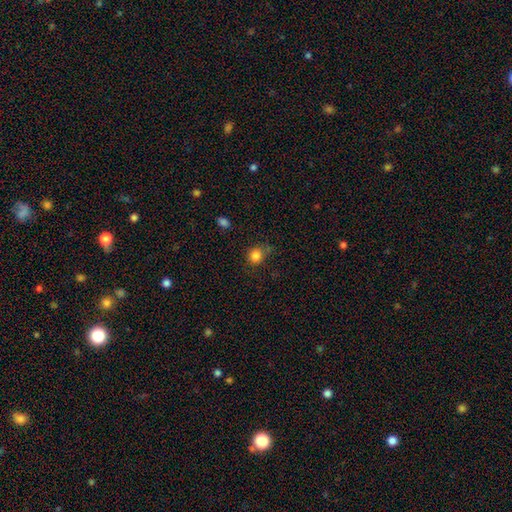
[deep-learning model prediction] smooth 83%, star or artifact 12%, featured or disk 5%. Down the decision tree: how rounded — round (83%); merging — none (72%).